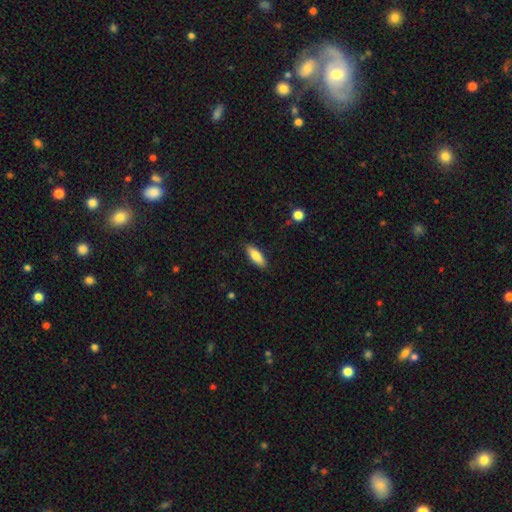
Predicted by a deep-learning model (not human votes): Smooth or featured?
  - smooth: 78% *
  - featured or disk: 16%
  - star or artifact: 6%
How rounded?
  - in between: 60% *
  - cigar-shaped: 38%
  - round: 2%
Merging?
  - none: 88% *
  - minor disturbance: 9%
  - major disturbance: 2%
  - merger: 1%